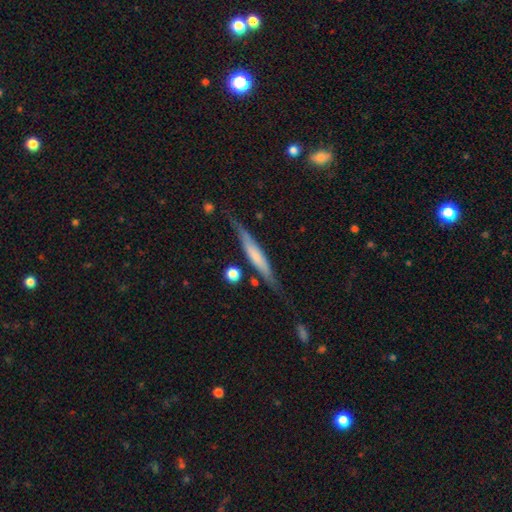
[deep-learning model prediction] Morphology: type=featured or disk (51%); edge-on=yes (92%); merging=none (75%).